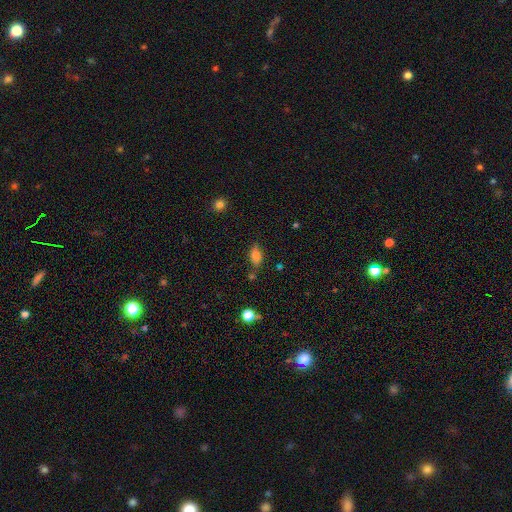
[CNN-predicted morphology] smooth 76%, featured or disk 13%, star or artifact 10%. Down the decision tree: how rounded — in between (84%); merging — none (72%).